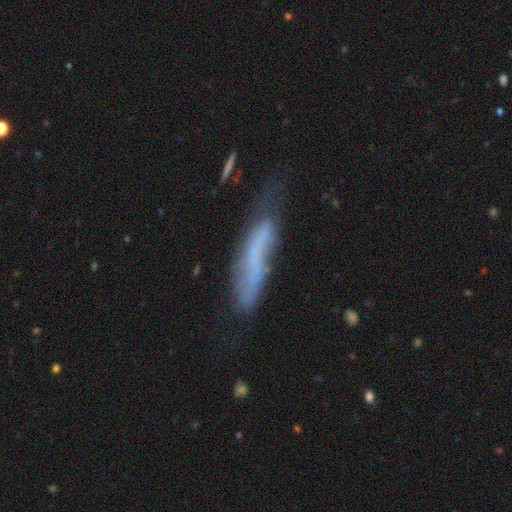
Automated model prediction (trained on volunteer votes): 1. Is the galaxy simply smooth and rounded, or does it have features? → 47% featured or disk, 42% smooth, 11% star or artifact.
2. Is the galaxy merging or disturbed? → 46% none, 31% minor disturbance, 19% major disturbance, 5% merger.